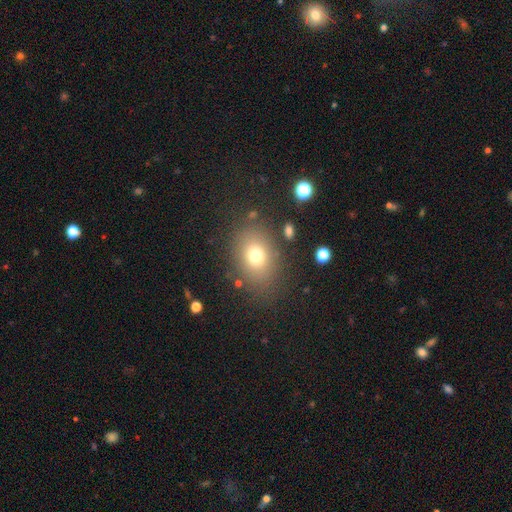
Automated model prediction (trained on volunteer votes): Smooth or featured? Predicted: smooth (p=0.73). How rounded? Predicted: in between (p=0.63). Merging? Predicted: none (p=0.80).